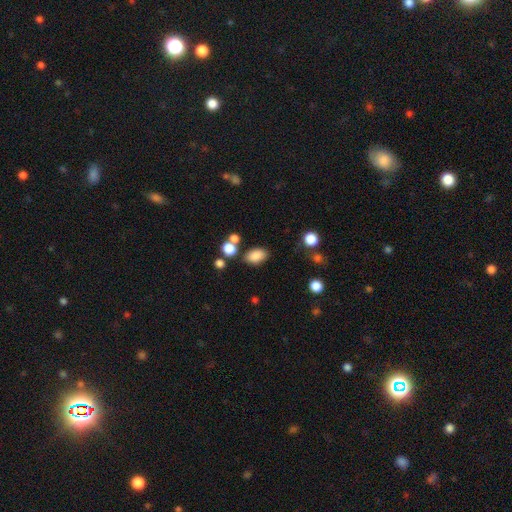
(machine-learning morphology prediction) A smooth galaxy with no disk features (85%) that is in between round and cigar-shaped (86%).

Vote fractions:
- Smooth or featured? smooth: 85% / star or artifact: 10% / featured or disk: 5%
- How rounded? in between: 86% / round: 12% / cigar-shaped: 1%
- Merging? none: 75% / minor disturbance: 13% / merger: 8% / major disturbance: 4%